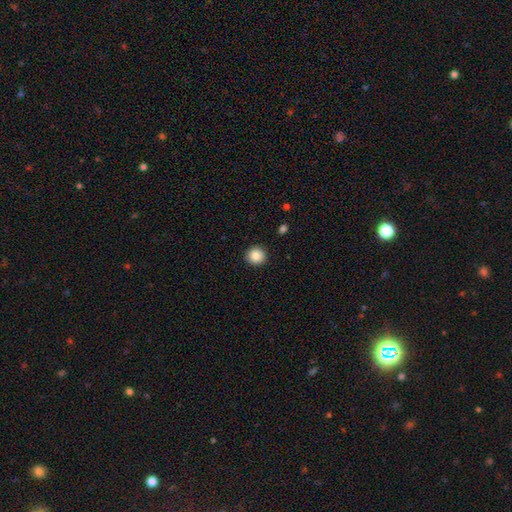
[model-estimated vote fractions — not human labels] smooth_or_featured: smooth (p=0.86) [alt: star or artifact p=0.09]
how_rounded: round (p=0.93) [alt: in between p=0.06]
merging: none (p=0.92) [alt: minor disturbance p=0.05]